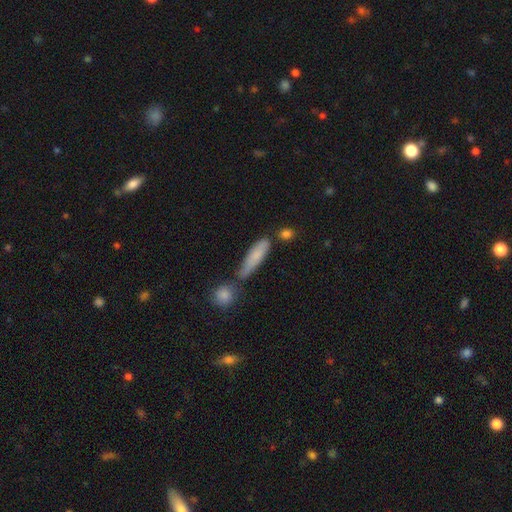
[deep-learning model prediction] A smooth galaxy with no disk features (77%) that is cigar-shaped (66%).

Vote fractions:
- Smooth or featured? smooth: 77% / featured or disk: 15% / star or artifact: 8%
- How rounded? cigar-shaped: 66% / in between: 31% / round: 3%
- Merging? none: 53% / minor disturbance: 21% / merger: 19% / major disturbance: 7%